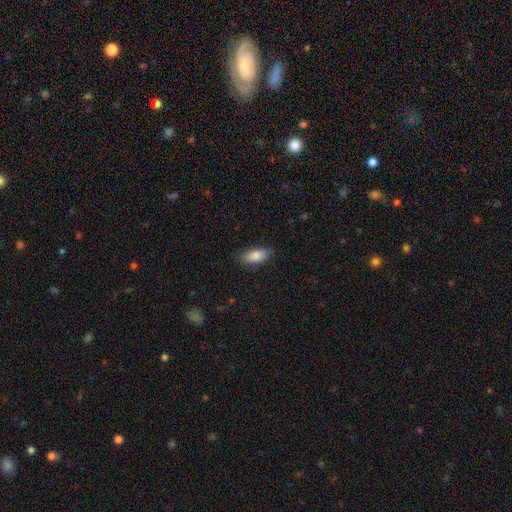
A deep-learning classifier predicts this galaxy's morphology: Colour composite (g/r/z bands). It shows a smooth galaxy with no disk features (86%) that is in between round and cigar-shaped (85%). Merging: none (84%).